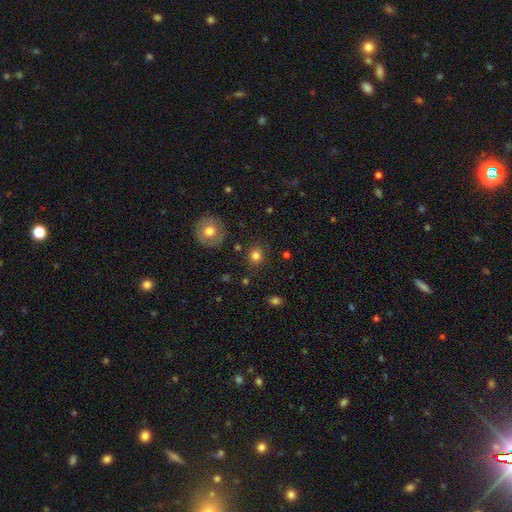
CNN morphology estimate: Smooth or featured? Predicted: smooth (p=0.80). How rounded? Predicted: round (p=0.86). Merging? Predicted: none (p=0.86).